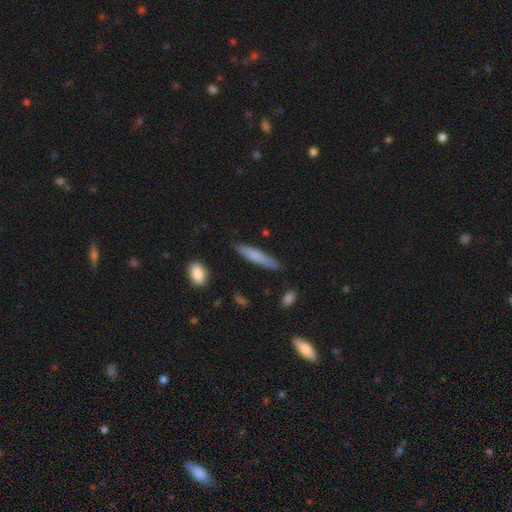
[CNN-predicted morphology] smooth 72%, featured or disk 22%, star or artifact 6%. Down the decision tree: how rounded — cigar-shaped (90%); merging — none (85%).